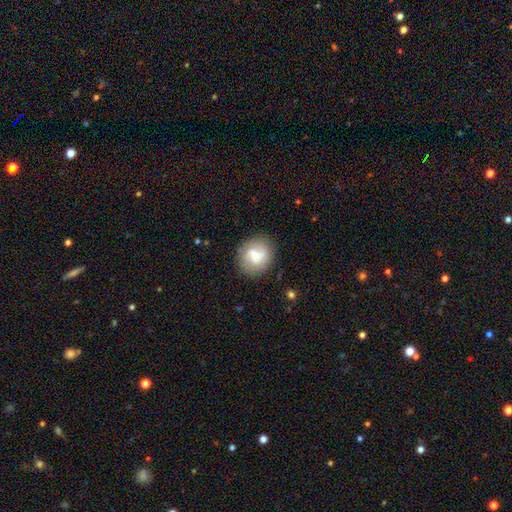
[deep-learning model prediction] A smooth galaxy with no disk features (50%) that is round (78%). Merging: none (77%).